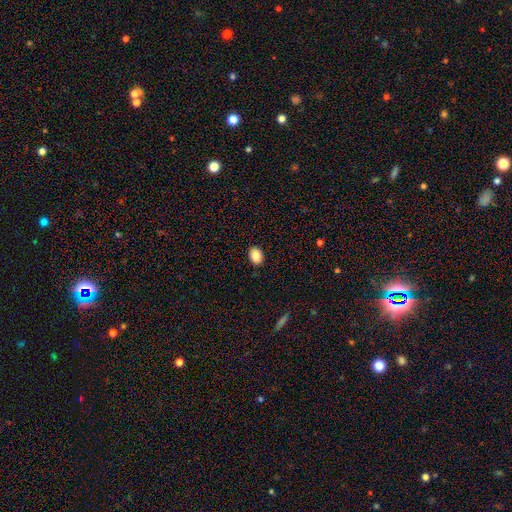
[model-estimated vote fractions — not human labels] Smooth or featured? Predicted: smooth (p=0.88). How rounded? Predicted: in between (p=0.74). Merging? Predicted: none (p=0.89).